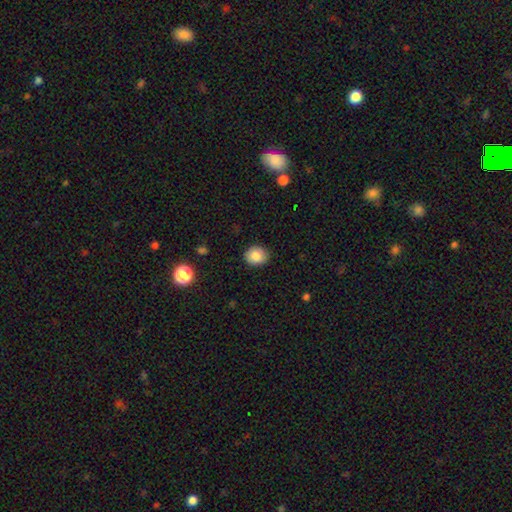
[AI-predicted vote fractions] Overall: smooth (83%). How rounded: round (67%; in between 32%). Merging: none (89%).